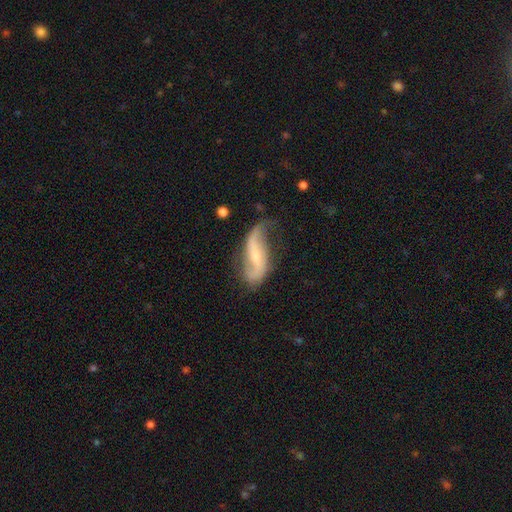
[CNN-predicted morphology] This appears to be a featured or disk galaxy (79%) with a weak bar (38%), 2 (87%) loose (77%) spiral arms (93%) and a small central bulge (58%). Merging: none (53%).